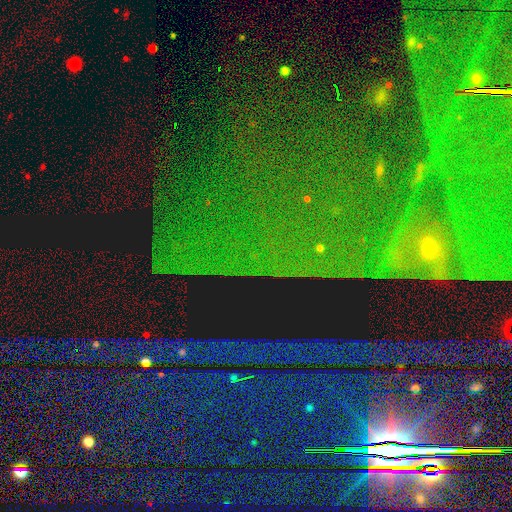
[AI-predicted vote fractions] Smooth or featured? star or artifact (82%)